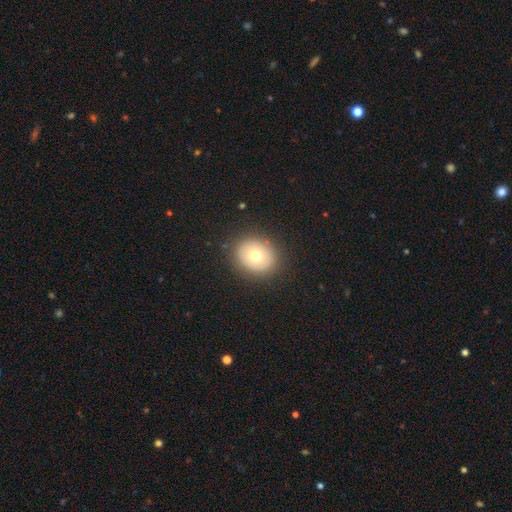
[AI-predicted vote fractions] A smooth galaxy with no disk features (67%) that is round (71%).

Vote fractions:
- Smooth or featured? smooth: 67% / featured or disk: 22% / star or artifact: 10%
- How rounded? round: 71% / in between: 28% / cigar-shaped: 1%
- Merging? none: 88% / minor disturbance: 8% / major disturbance: 3% / merger: 1%